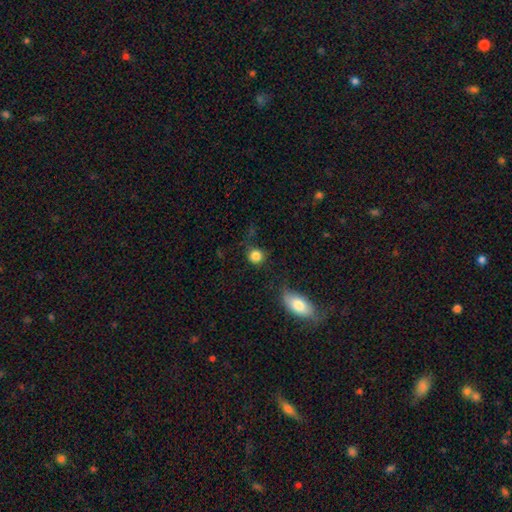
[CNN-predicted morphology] This is clearly a smooth galaxy (84%). How rounded: clearly round (89%). Merging: likely none (75%).